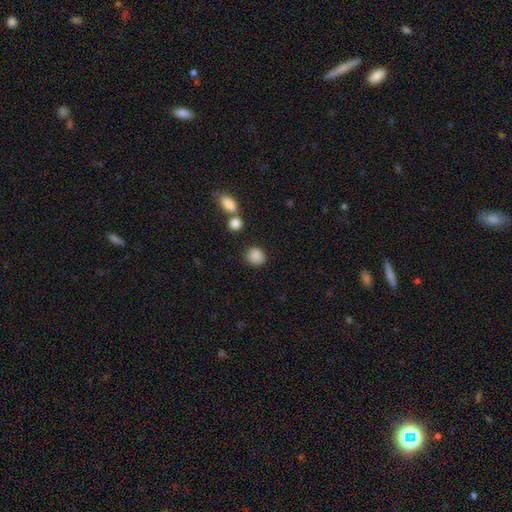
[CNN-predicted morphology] Smooth or featured: smooth — 87% (star or artifact — 9%)
How rounded: round — 77% (in between — 22%)
Merging: none — 80% (minor disturbance — 10%)